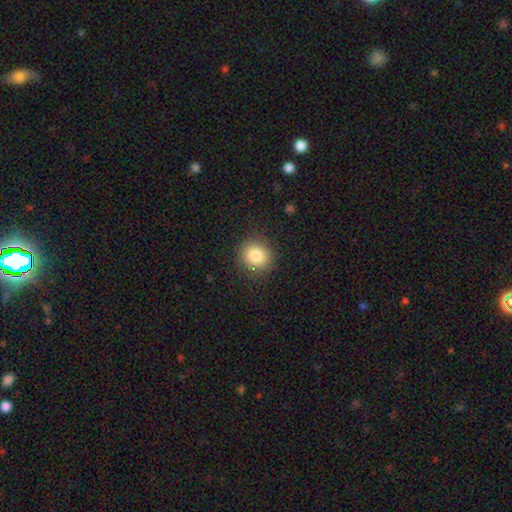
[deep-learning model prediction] Overall: smooth (83%). How rounded: round (87%). Merging: none (89%).